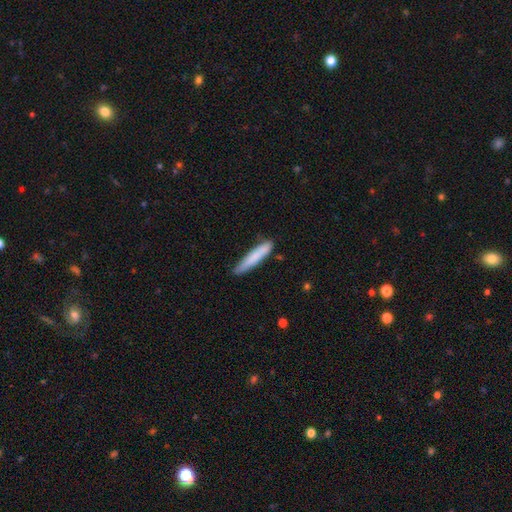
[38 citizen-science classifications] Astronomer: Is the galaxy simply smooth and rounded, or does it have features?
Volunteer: smooth — 76%.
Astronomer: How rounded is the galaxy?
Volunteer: cigar-shaped — 90%.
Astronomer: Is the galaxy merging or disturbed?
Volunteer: none — 86%.